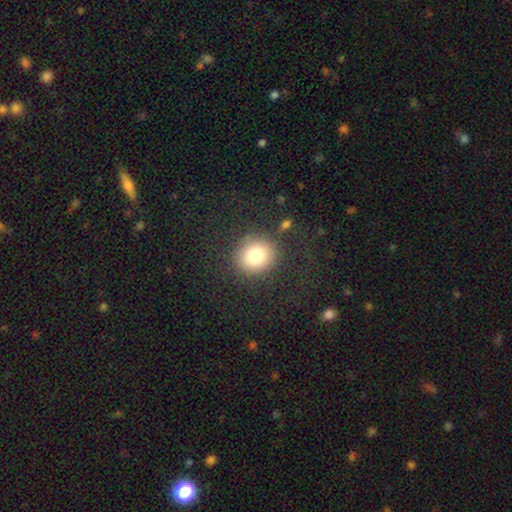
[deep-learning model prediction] Smooth or featured? Predicted: smooth (p=0.79). How rounded? Predicted: round (p=0.81). Merging? Predicted: none (p=0.83).